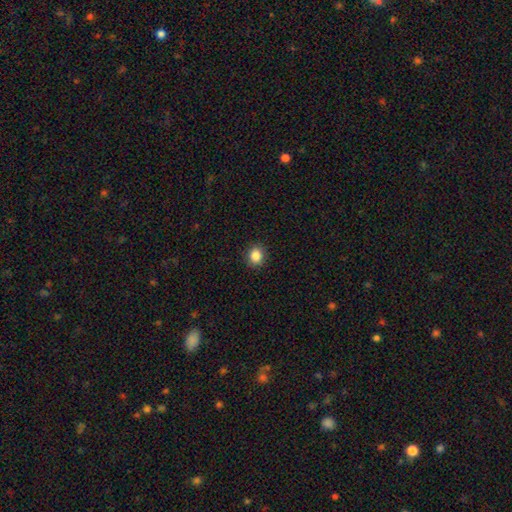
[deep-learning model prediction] This appears to be a smooth galaxy with no disk features (86%) that is round (72%). Merging: none (90%).